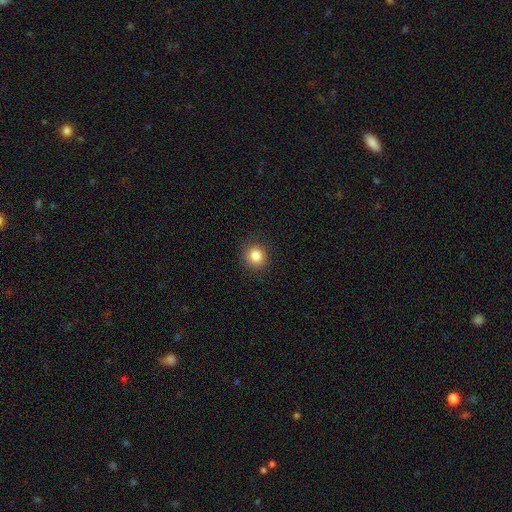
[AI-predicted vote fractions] smooth-or-featured: smooth: 85% | star or artifact: 10% | featured or disk: 5%
  how-rounded: round: 87% | in between: 12% | cigar-shaped: 1%
  merging: none: 88% | minor disturbance: 9% | major disturbance: 3% | merger: 1%